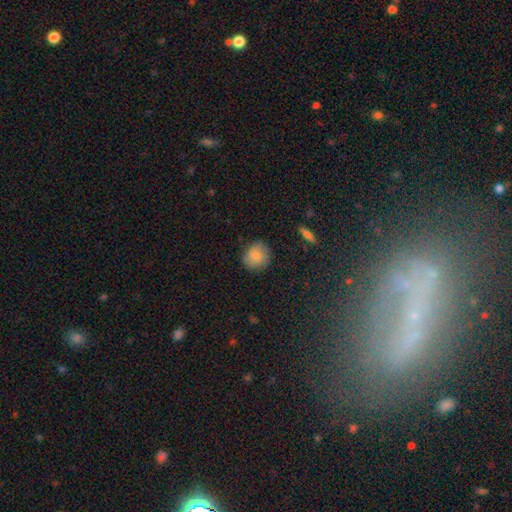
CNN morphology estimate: type=smooth (84%); roundness=round (78%); merging=none (82%).